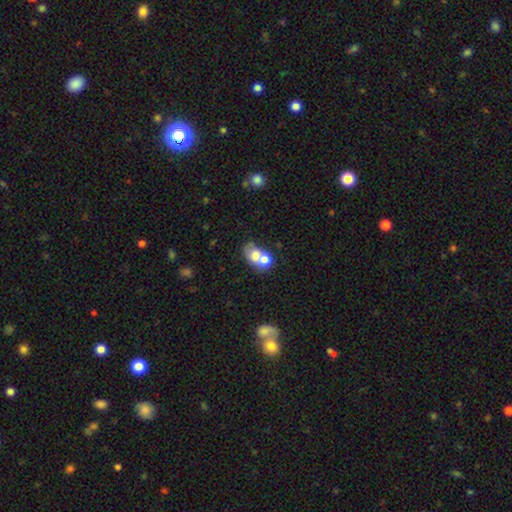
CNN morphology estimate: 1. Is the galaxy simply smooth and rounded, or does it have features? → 66% smooth, 24% featured or disk, 10% star or artifact.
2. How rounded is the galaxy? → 58% in between, 40% round, 1% cigar-shaped.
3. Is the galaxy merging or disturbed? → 65% merger, 22% none, 8% minor disturbance, 5% major disturbance.